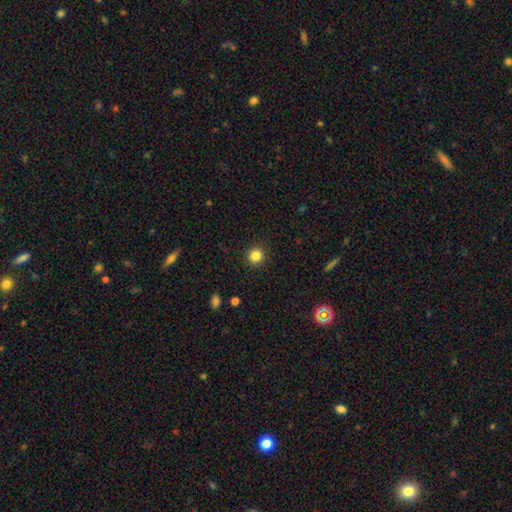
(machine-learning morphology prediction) type=smooth (84%); roundness=round (94%); merging=none (92%).